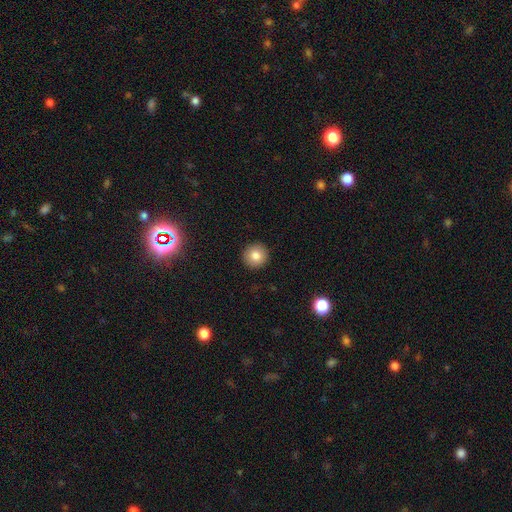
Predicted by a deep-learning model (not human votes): Overall: smooth (82%). How rounded: round (95%). Merging: none (92%).